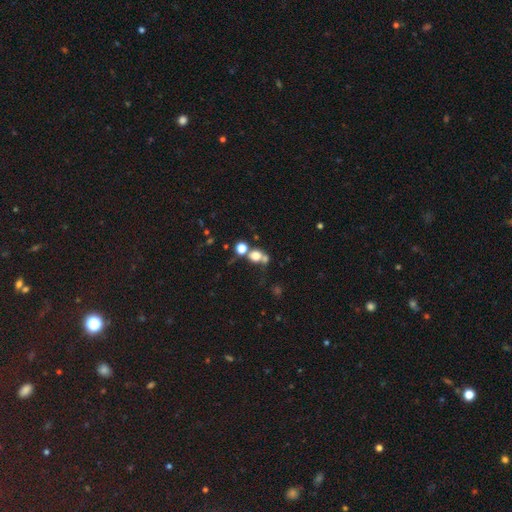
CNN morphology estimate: Smooth or featured? smooth (69%)
How rounded? round (78%)
Merging? none (44%)